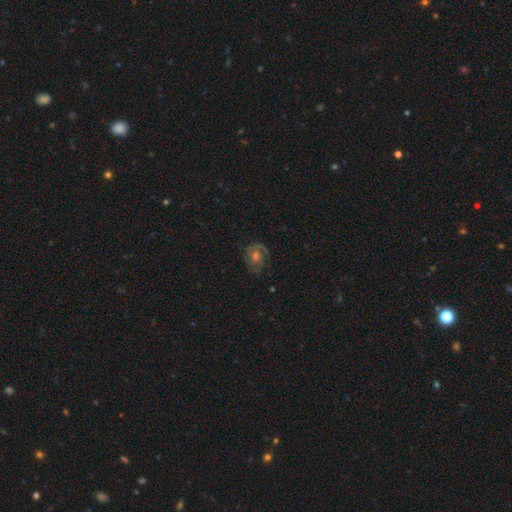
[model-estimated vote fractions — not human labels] smooth-or-featured: featured or disk: 70% | smooth: 16% | star or artifact: 14%
  disk-edge-on: no: 97% | yes: 3%
    bar: no: 67% | weak: 27% | strong: 6%
    has-spiral-arms: yes: 90% | no: 10%
      spiral-winding: tight: 51% | medium: 39% | loose: 10%
      spiral-arm-count: 2: 53% | can't tell: 22% | 3: 10% | 1: 8% | 4: 3% | more than 4: 3%
    bulge-size: moderate: 62% | small: 26% | large: 8% | none: 2% | dominant: 1%
  merging: none: 75% | minor disturbance: 16% | major disturbance: 8% | merger: 1%